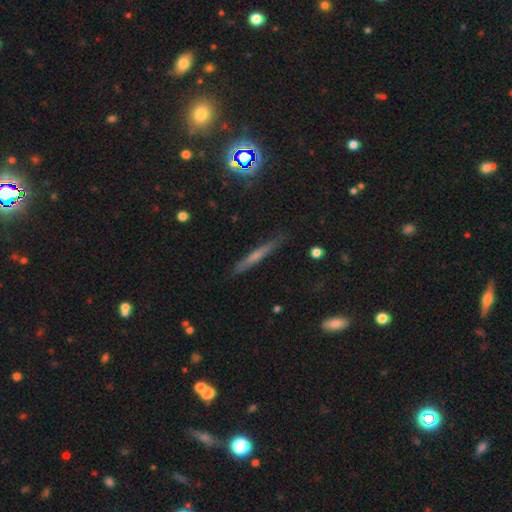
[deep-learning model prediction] smooth 44% (tied), featured or disk 44% (tied), star or artifact 12%. Down the decision tree: merging — none (86%).